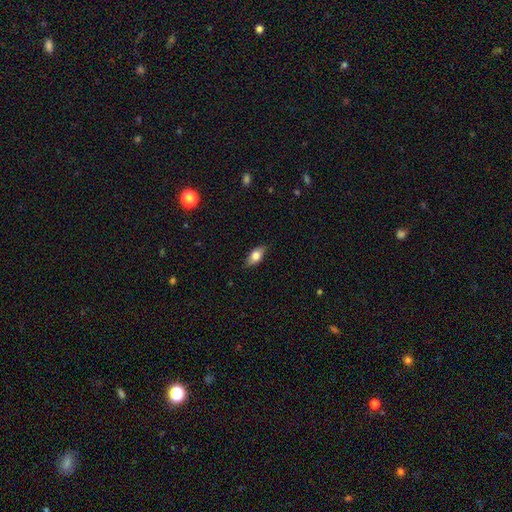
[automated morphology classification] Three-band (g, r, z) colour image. It shows a smooth galaxy with no disk features (72%) that is in between round and cigar-shaped (85%). Merging: none (84%).